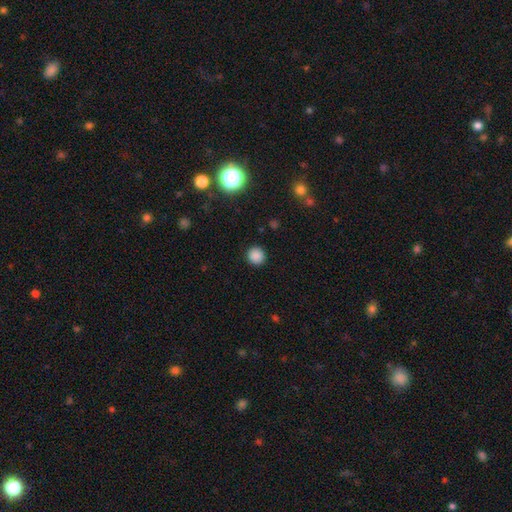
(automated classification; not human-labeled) smooth 85%, star or artifact 12%, featured or disk 3%. Down the decision tree: how rounded — round (94%); merging — none (91%).